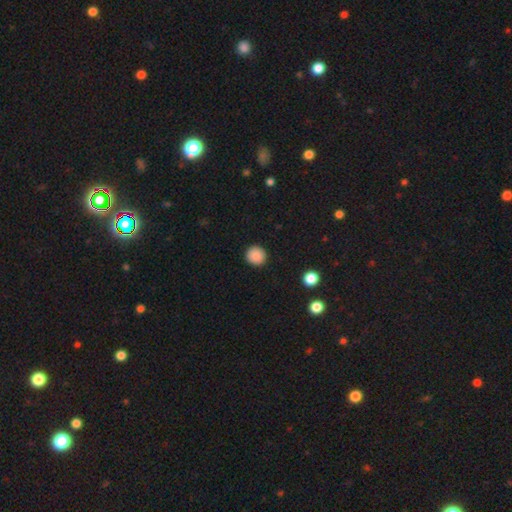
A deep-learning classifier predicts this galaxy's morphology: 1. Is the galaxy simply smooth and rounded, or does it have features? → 88% smooth, 9% star or artifact, 3% featured or disk.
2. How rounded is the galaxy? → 94% round, 5% in between, 1% cigar-shaped.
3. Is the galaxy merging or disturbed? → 93% none, 5% minor disturbance, 2% major disturbance, 1% merger.